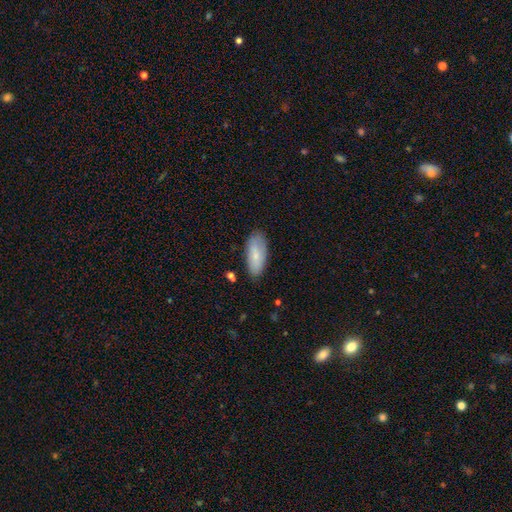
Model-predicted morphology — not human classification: type=smooth (78%); roundness=in between (86%); merging=none (79%).